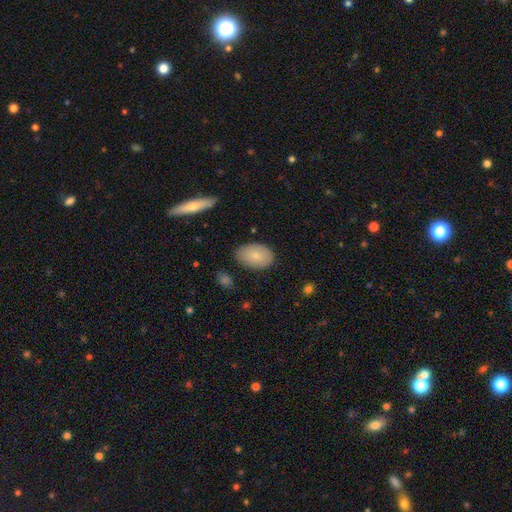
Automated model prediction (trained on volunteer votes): Smooth or featured: smooth — 80% (featured or disk — 14%)
How rounded: in between — 90% (round — 9%)
Merging: none — 79% (minor disturbance — 16%)